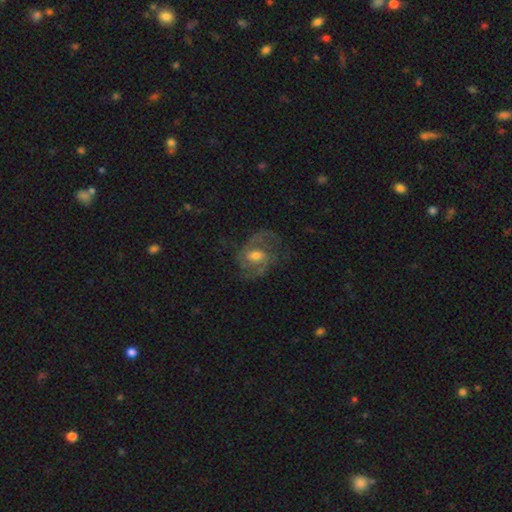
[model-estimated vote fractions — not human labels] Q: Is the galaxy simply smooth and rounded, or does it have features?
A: featured or disk — 80%.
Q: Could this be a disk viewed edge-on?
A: no — 97%.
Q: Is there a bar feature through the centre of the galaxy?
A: weak — 51%.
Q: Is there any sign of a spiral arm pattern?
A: yes — 91%.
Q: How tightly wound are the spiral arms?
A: medium — 53%.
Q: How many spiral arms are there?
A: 2 — 73%.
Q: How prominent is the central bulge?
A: moderate — 59%.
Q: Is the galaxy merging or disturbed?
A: none — 61%.